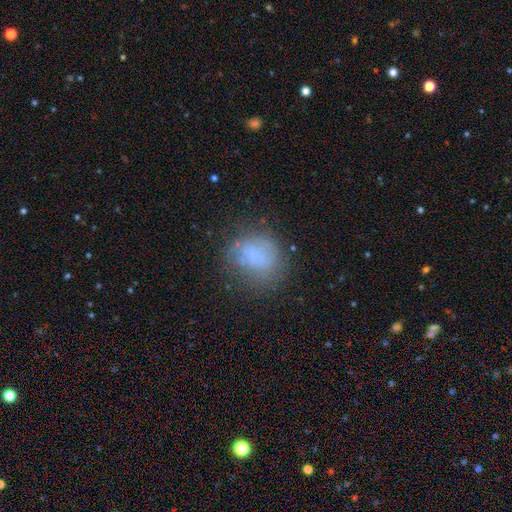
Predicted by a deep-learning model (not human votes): This appears to be a smooth galaxy with no disk features (66%) that is round (66%). Merging: none (62%).